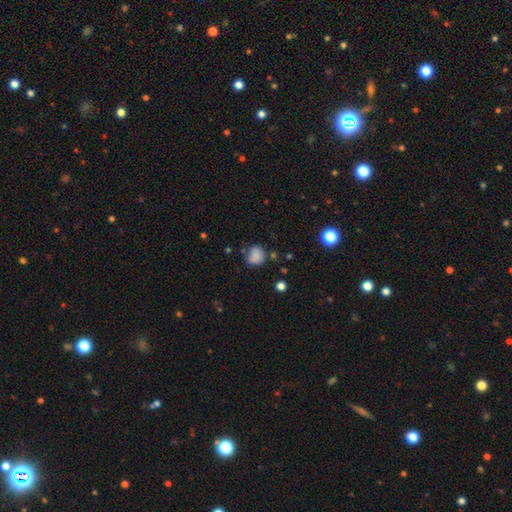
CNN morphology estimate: Smooth or featured? Predicted: smooth (p=0.81). How rounded? Predicted: round (p=0.72). Merging? Predicted: none (p=0.65).